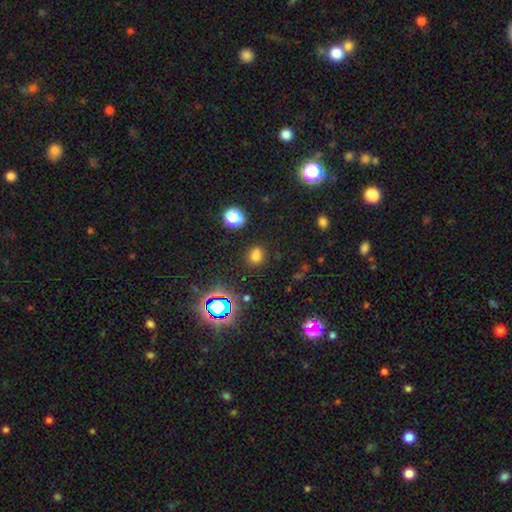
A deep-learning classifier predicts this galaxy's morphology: Smooth or featured: smooth — 71% (star or artifact — 23%)
How rounded: round — 57% (in between — 42%)
Merging: none — 80% (minor disturbance — 11%)